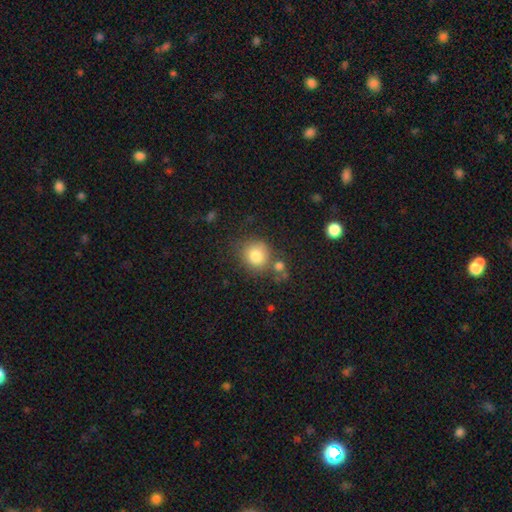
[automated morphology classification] Overall: smooth (81%). How rounded: round (85%). Merging: none (66%).